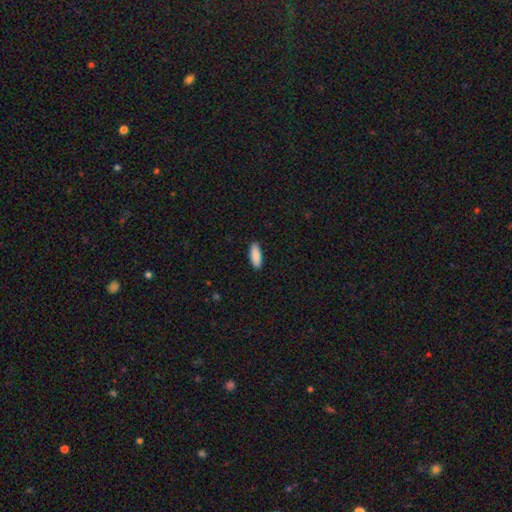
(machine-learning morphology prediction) type=smooth (89%); roundness=in between (67%); merging=none (89%).